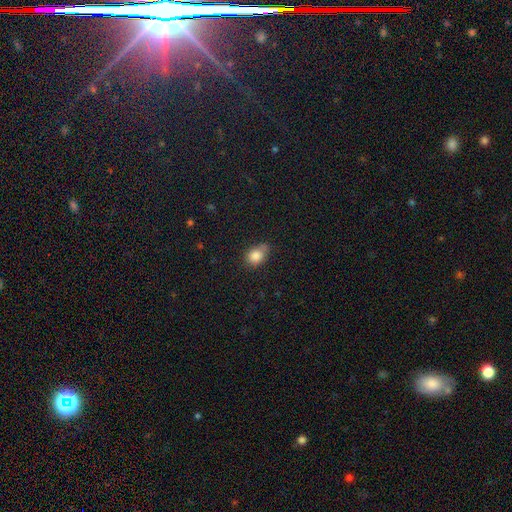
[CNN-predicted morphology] This appears to be a smooth galaxy with no disk features (84%) that is in between round and cigar-shaped (58%). Merging: none (51%).